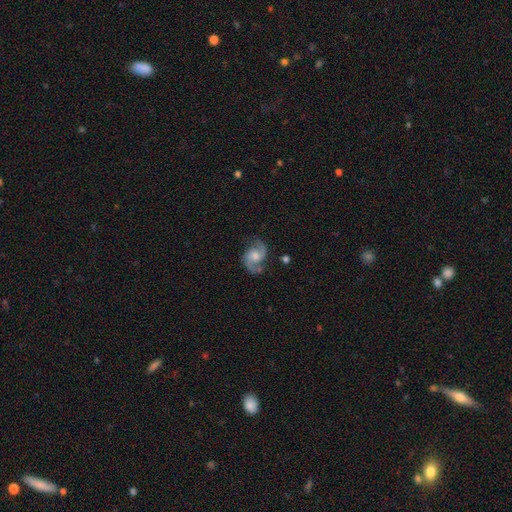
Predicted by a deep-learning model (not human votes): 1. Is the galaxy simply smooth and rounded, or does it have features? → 89% featured or disk, 6% smooth, 5% star or artifact.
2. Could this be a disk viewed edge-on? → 98% no, 2% yes.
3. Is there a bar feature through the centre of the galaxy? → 58% no, 36% weak, 6% strong.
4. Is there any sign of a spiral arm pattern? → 97% yes, 3% no.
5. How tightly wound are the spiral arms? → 56% medium, 31% loose, 13% tight.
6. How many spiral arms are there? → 93% 2, 2% can't tell, 2% 1, 1% 3, 1% 4, 1% more than 4.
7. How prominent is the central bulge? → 53% moderate, 30% small, 8% large, 8% none, 1% dominant.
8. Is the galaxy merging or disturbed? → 78% none, 14% minor disturbance, 6% major disturbance, 2% merger.